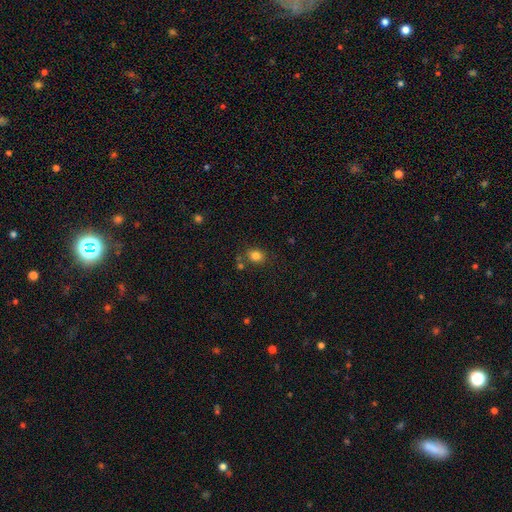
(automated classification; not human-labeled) smooth 82%, star or artifact 12%, featured or disk 6%. Down the decision tree: how rounded — round (58%); merging — none (76%).